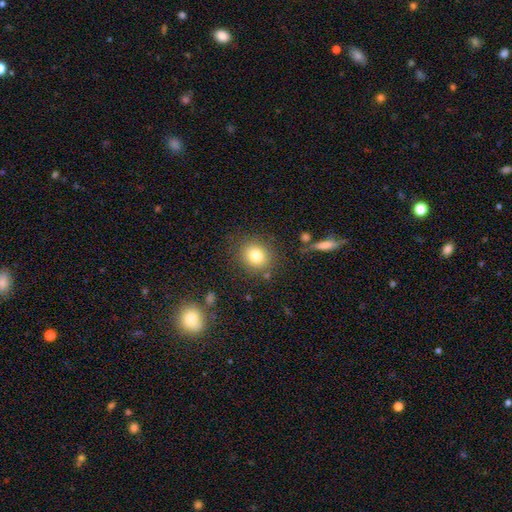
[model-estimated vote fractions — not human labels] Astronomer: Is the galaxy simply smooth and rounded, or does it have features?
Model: smooth — 80%.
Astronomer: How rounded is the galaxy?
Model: round — 79%.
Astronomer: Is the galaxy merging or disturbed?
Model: none — 84%.